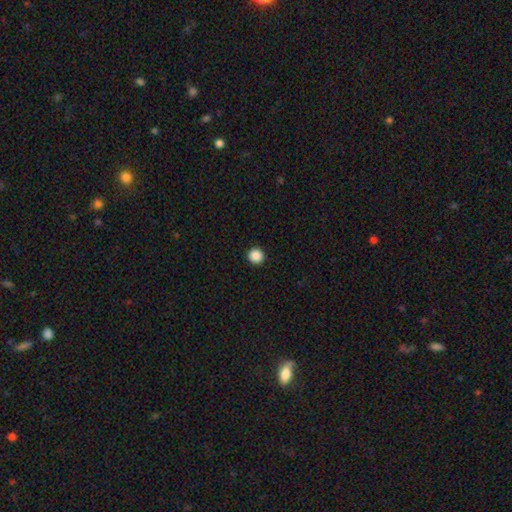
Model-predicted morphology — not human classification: Overall: smooth (88%). How rounded: round (95%). Merging: none (94%).